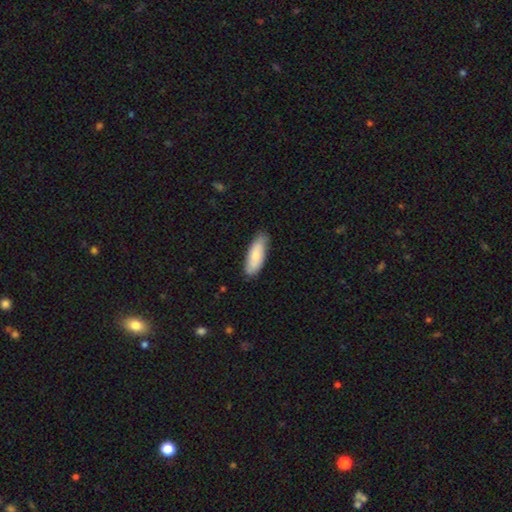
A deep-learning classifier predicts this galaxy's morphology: A smooth galaxy with no disk features (75%) that is in between round and cigar-shaped (70%). Merging: none (75%).